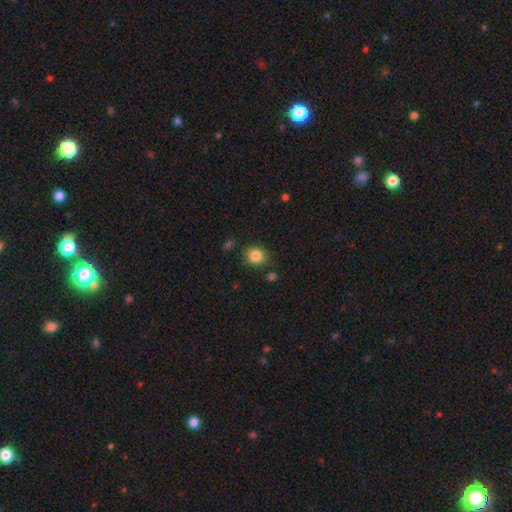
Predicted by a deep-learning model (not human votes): smooth_or_featured: smooth (p=0.85) [alt: star or artifact p=0.10]
how_rounded: round (p=0.75) [alt: in between p=0.24]
merging: none (p=0.78) [alt: minor disturbance p=0.14]